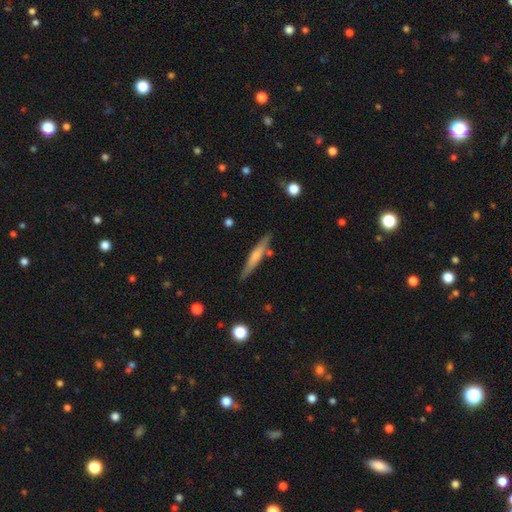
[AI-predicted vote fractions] Overall: smooth (58%; featured or disk 37%). How rounded: cigar-shaped (92%). Merging: none (81%).